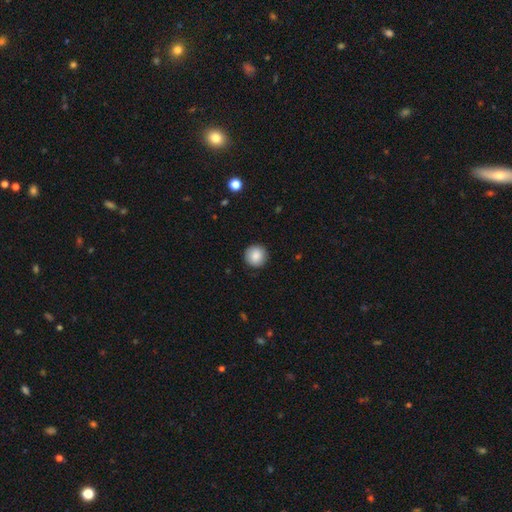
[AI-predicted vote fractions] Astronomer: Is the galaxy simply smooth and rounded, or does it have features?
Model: smooth — 87%.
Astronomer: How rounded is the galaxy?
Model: round — 95%.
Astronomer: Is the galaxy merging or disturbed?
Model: none — 91%.